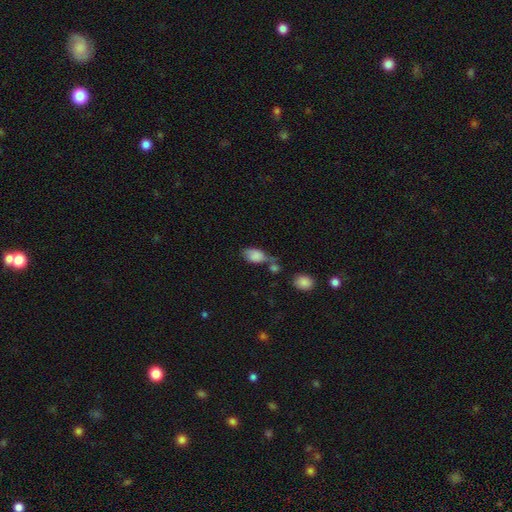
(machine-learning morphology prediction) Smooth or featured: smooth — 80% (featured or disk — 11%)
How rounded: in between — 88% (round — 9%)
Merging: none — 35% (merger — 28%)